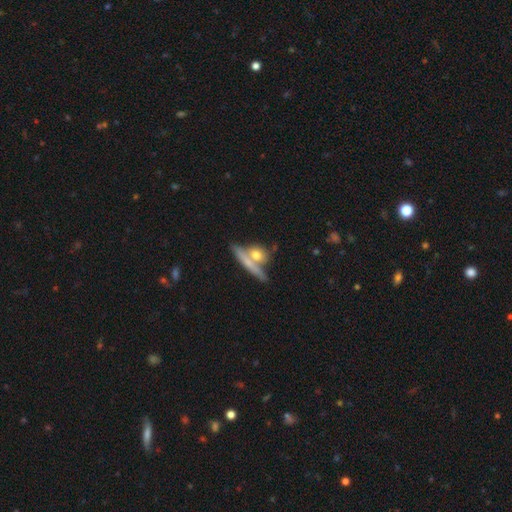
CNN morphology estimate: Smooth or featured? smooth (58%)
How rounded? cigar-shaped (38%)
Merging? none (48%)